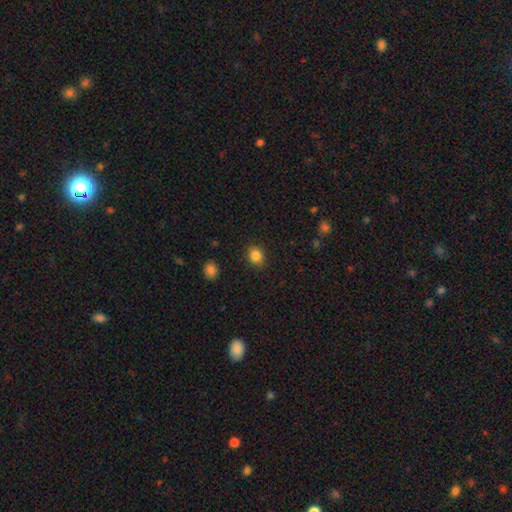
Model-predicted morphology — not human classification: A smooth galaxy with no disk features (85%) that is round (59%). Merging: none (87%).